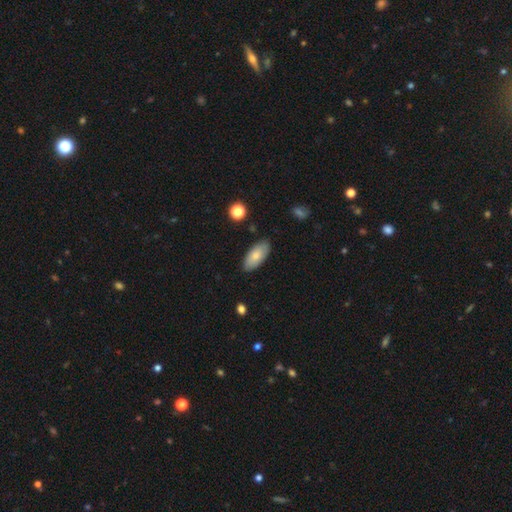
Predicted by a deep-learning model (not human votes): This appears to be a smooth galaxy with no disk features (76%) that is in between round and cigar-shaped (90%). Merging: none (83%).